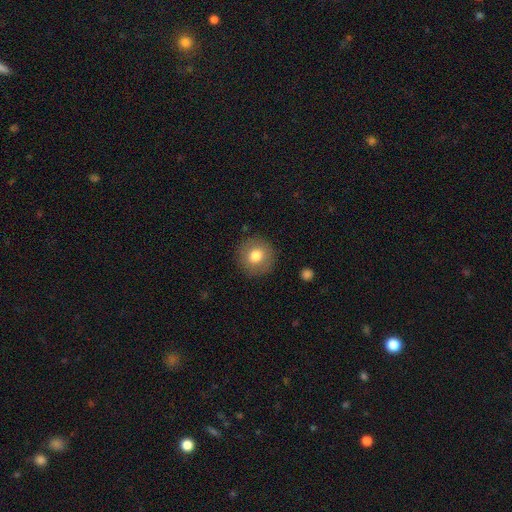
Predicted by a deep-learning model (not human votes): smooth 77%, featured or disk 14%, star or artifact 9%. Down the decision tree: how rounded — round (93%); merging — none (90%).